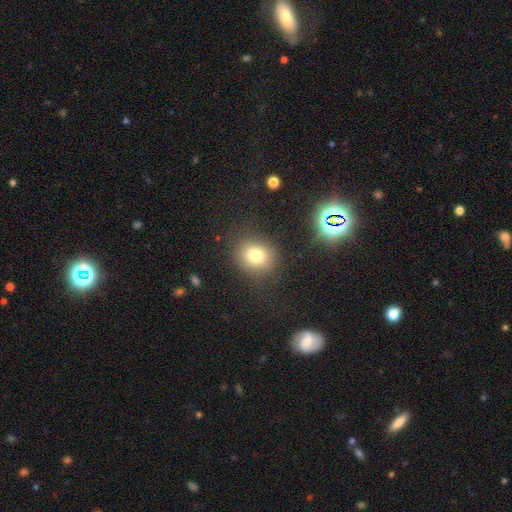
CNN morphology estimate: smooth 76%, star or artifact 15%, featured or disk 10%. Down the decision tree: how rounded — round (75%); merging — none (82%).